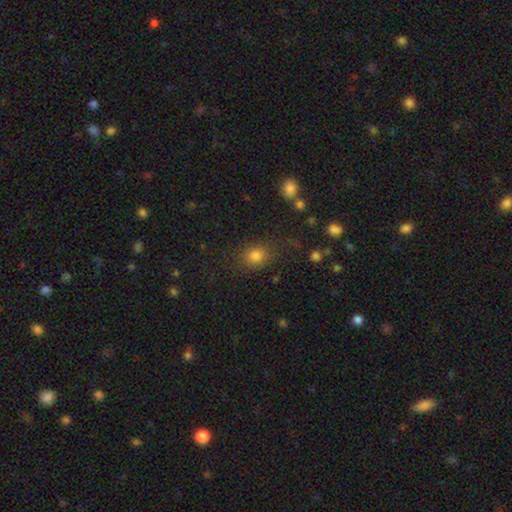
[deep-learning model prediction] Q: Smooth or featured?
A: smooth (79%); runner-up: star or artifact (14%)
Q: How rounded?
A: round (64%); runner-up: in between (35%)
Q: Merging?
A: none (76%); runner-up: minor disturbance (14%)